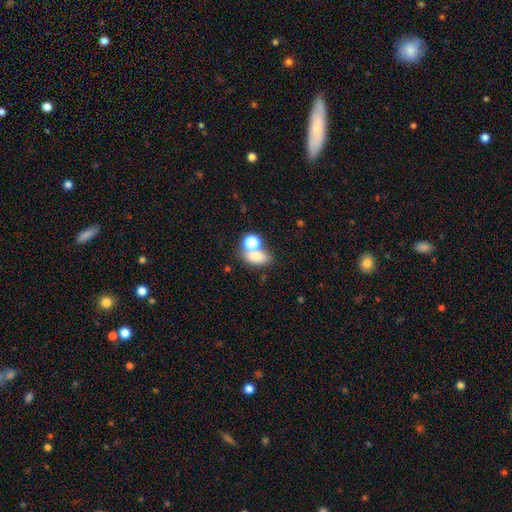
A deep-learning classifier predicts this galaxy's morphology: type=smooth (74%); roundness=in between (74%); merging=merger (43%).